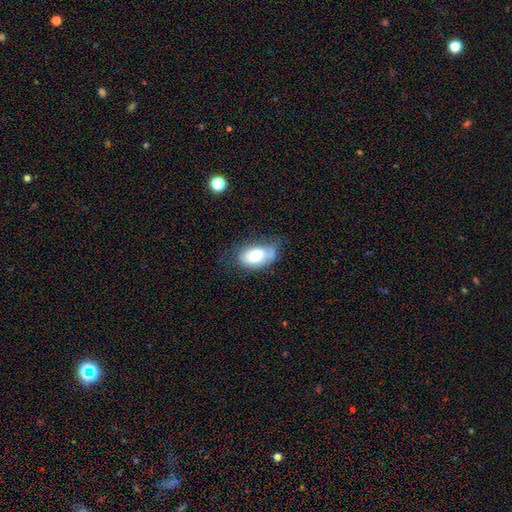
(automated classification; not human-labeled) Q: Smooth or featured?
A: smooth (66%); runner-up: featured or disk (26%)
Q: How rounded?
A: in between (93%); runner-up: round (5%)
Q: Merging?
A: none (41%); runner-up: minor disturbance (36%)